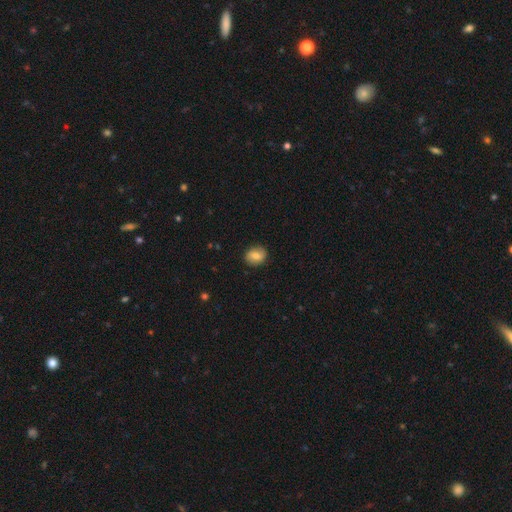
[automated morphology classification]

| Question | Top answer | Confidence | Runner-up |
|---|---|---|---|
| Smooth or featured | smooth | 75% | featured or disk (17%) |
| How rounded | round | 61% | in between (38%) |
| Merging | none | 88% | minor disturbance (9%) |